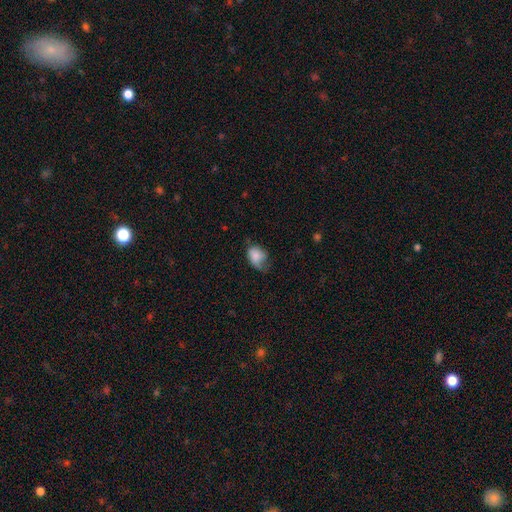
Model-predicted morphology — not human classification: smooth-or-featured: smooth: 78% | featured or disk: 14% | star or artifact: 8%
  how-rounded: in between: 74% | round: 25% | cigar-shaped: 1%
  merging: minor disturbance: 41% | none: 33% | major disturbance: 24% | merger: 2%